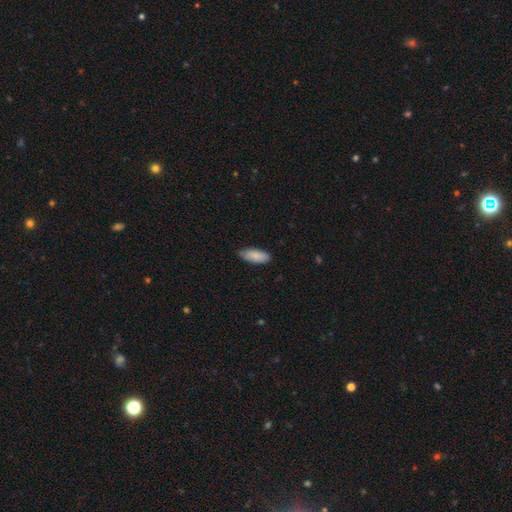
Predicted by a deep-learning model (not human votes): Morphology: type=smooth (86%); roundness=in between (82%); merging=none (78%).